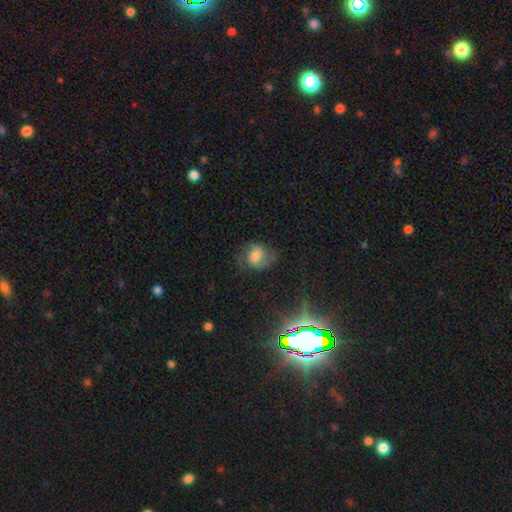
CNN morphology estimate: smooth_or_featured: featured or disk (p=0.52) [alt: smooth p=0.37]
disk_edge_on: no (p=0.97) [alt: yes p=0.03]
bar: no (p=0.50) [alt: weak p=0.39]
has_spiral_arms: yes (p=0.88) [alt: no p=0.12]
bulge_size: moderate (p=0.42) [alt: small p=0.26]
merging: none (p=0.61) [alt: minor disturbance p=0.22]